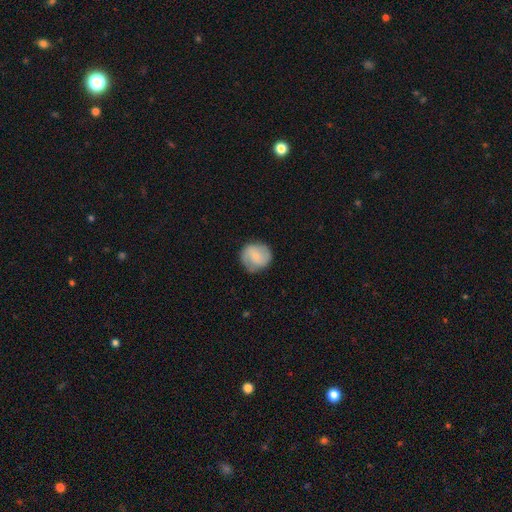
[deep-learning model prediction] A smooth galaxy with no disk features (58%) that is round (88%). Merging: none (77%).